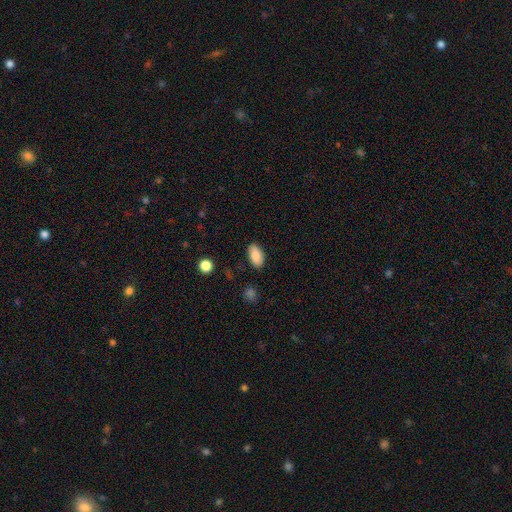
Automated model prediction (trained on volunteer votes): Q: Smooth or featured?
A: smooth (86%); runner-up: star or artifact (7%)
Q: How rounded?
A: in between (93%); runner-up: round (4%)
Q: Merging?
A: none (84%); runner-up: minor disturbance (12%)